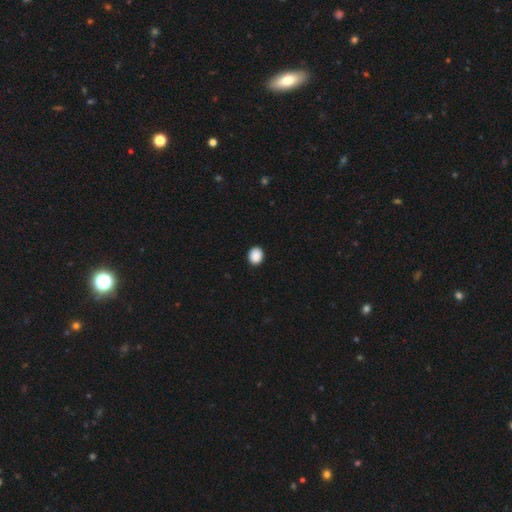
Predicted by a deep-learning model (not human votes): A smooth galaxy with no disk features (90%) that is round (64%). Merging: none (91%).